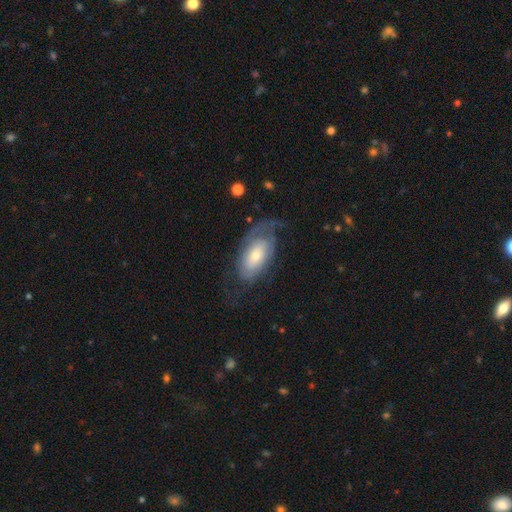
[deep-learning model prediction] Smooth or featured? featured or disk (68%)
Edge-on disk? no (93%)
Bar? no (69%)
Spiral arms? yes (83%)
Spiral winding? tight (44%)
Spiral arm count? 2 (47%)
Bulge size? small (45%)
Merging? none (52%)